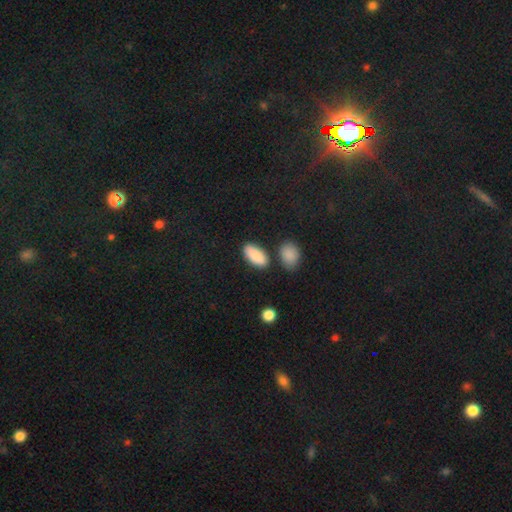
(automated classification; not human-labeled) A smooth galaxy with no disk features (89%) that is in between round and cigar-shaped (91%). Merging: none (77%).